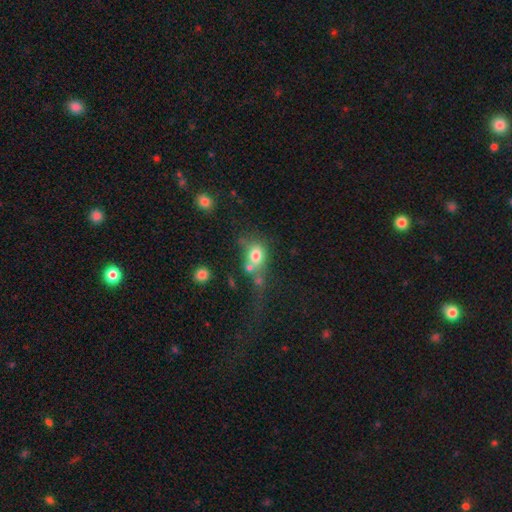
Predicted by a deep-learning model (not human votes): smooth_or_featured: smooth (p=0.74) [alt: featured or disk p=0.14]
how_rounded: round (p=0.51) [alt: in between p=0.47]
merging: merger (p=0.34) [alt: none p=0.33]